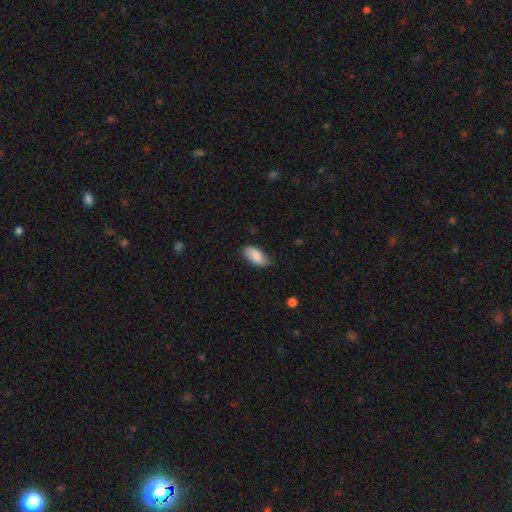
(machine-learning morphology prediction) A smooth galaxy with no disk features (85%) that is in between round and cigar-shaped (93%).

Vote fractions:
- Smooth or featured? smooth: 85% / featured or disk: 9% / star or artifact: 6%
- How rounded? in between: 93% / cigar-shaped: 5% / round: 3%
- Merging? none: 74% / minor disturbance: 21% / major disturbance: 3% / merger: 1%